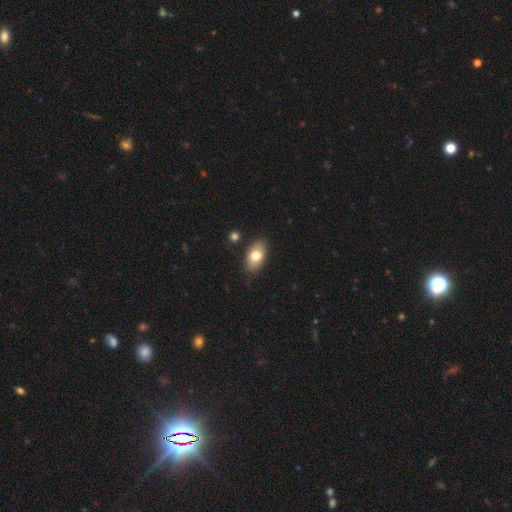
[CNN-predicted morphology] Smooth or featured? Predicted: smooth (p=0.76). How rounded? Predicted: in between (p=0.91). Merging? Predicted: none (p=0.85).